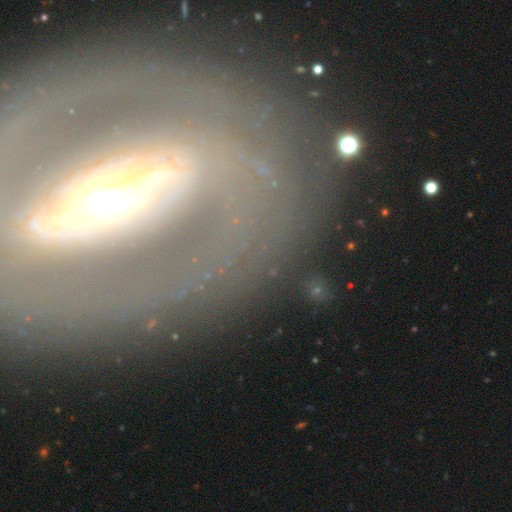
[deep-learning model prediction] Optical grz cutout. It shows a featured or disk galaxy (83%) with a strong bar (65%), spiral arms (63%) and a moderate central bulge (61%). Merging: none (78%).